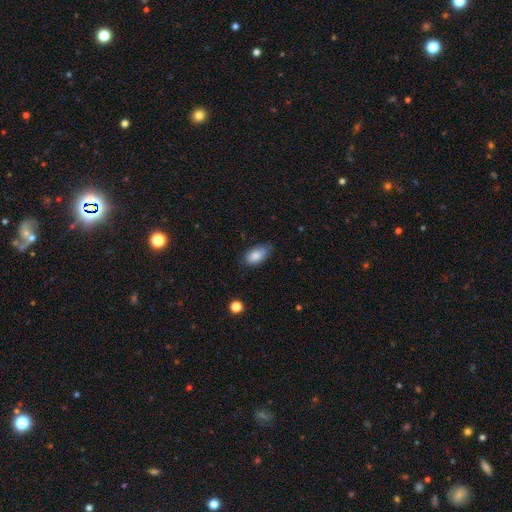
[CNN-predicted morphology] Smooth or featured? smooth (85%)
How rounded? in between (93%)
Merging? none (67%)